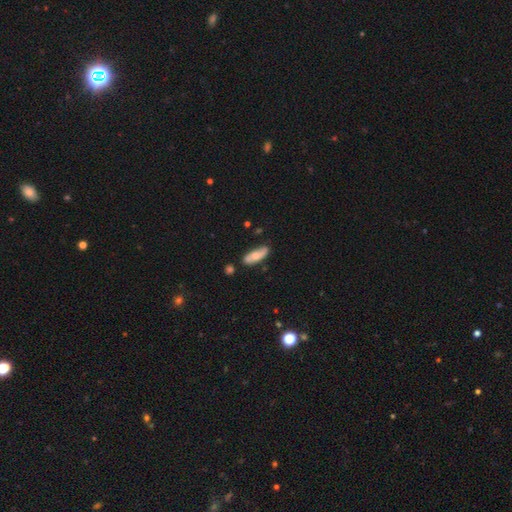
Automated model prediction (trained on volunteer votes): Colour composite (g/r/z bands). It shows a smooth galaxy with no disk features (57%) that is in between round and cigar-shaped (63%). Merging: none (75%).